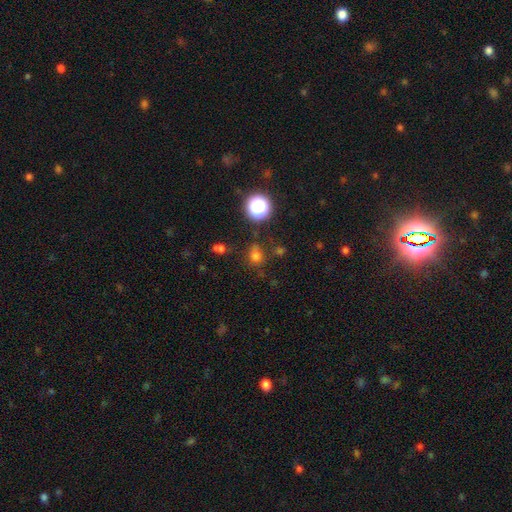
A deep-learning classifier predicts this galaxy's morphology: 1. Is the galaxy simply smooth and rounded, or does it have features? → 68% smooth, 25% star or artifact, 7% featured or disk.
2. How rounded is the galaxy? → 68% round, 30% in between, 1% cigar-shaped.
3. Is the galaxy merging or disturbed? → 69% none, 17% minor disturbance, 7% major disturbance, 7% merger.